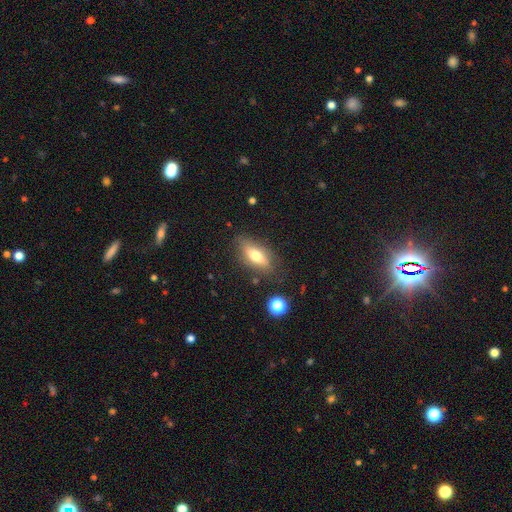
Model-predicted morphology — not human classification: Smooth or featured: smooth — 67% (featured or disk — 24%)
How rounded: in between — 76% (cigar-shaped — 20%)
Merging: none — 77% (minor disturbance — 15%)